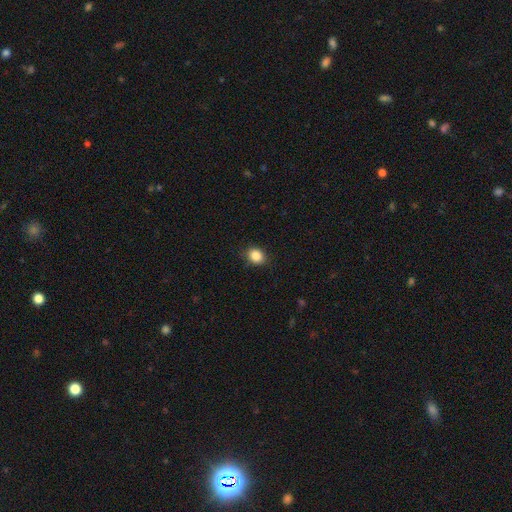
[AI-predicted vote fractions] The model was most divided on "how rounded": round: 53%, in between: 46%, cigar-shaped: 1%. More confident: smooth or featured — smooth (86%); merging — none (84%).